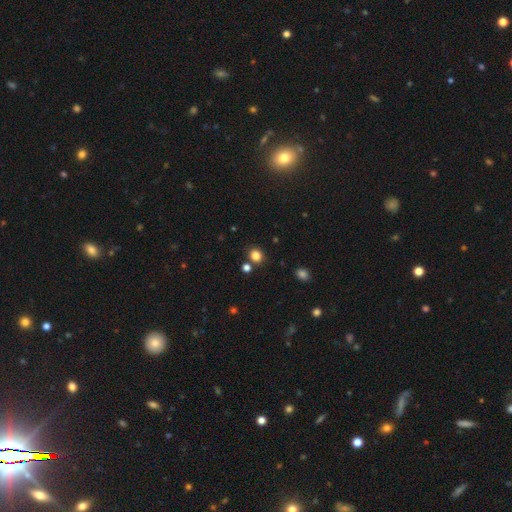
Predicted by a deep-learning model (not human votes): Smooth or featured?
  - smooth: 82% *
  - star or artifact: 14%
  - featured or disk: 4%
How rounded?
  - round: 79% *
  - in between: 20%
  - cigar-shaped: 1%
Merging?
  - none: 80% *
  - merger: 9%
  - minor disturbance: 8%
  - major disturbance: 3%